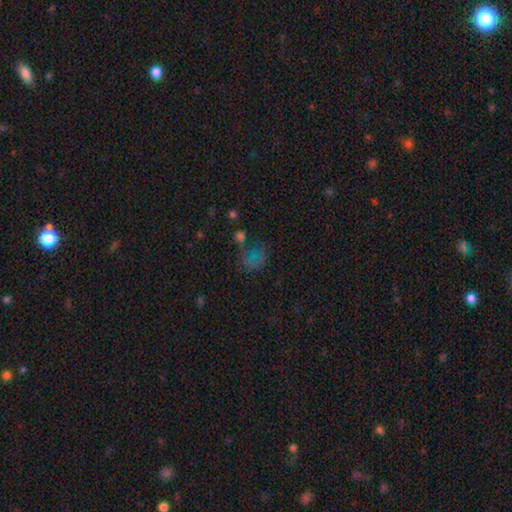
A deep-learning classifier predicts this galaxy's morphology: A smooth galaxy with no disk features (45%).

Vote fractions:
- Smooth or featured? smooth: 45% / star or artifact: 38% / featured or disk: 17%
- Merging? none: 42% / major disturbance: 24% / minor disturbance: 18% / merger: 16%